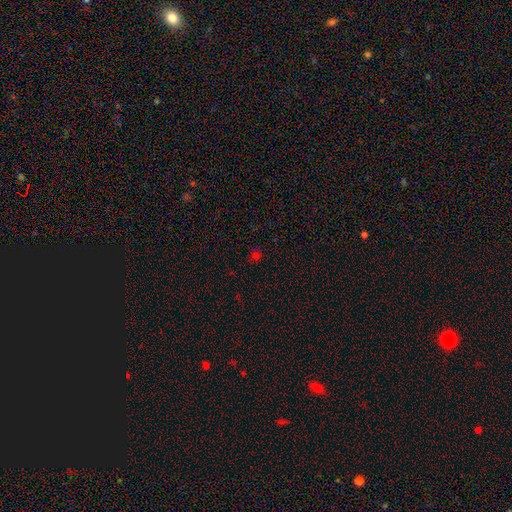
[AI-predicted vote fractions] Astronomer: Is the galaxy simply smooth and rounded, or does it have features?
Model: smooth — 56% (runner-up: star or artifact, 38%).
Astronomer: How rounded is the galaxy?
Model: round — 76%.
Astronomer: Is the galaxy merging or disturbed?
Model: none — 80%.